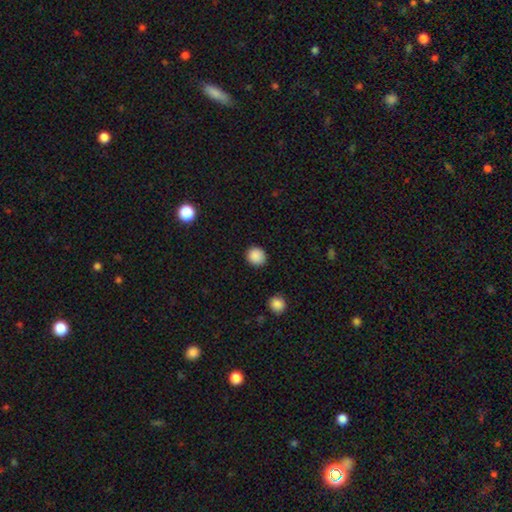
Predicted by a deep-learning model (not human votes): smooth_or_featured: smooth (p=0.88) [alt: star or artifact p=0.09]
how_rounded: round (p=0.87) [alt: in between p=0.12]
merging: none (p=0.89) [alt: minor disturbance p=0.07]